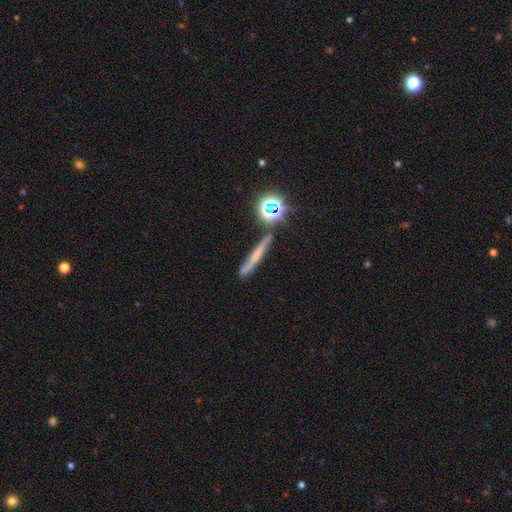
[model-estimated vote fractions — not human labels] The model was most divided on "smooth or featured": smooth: 47%, featured or disk: 32%, star or artifact: 21%. More confident: merging — none (79%).